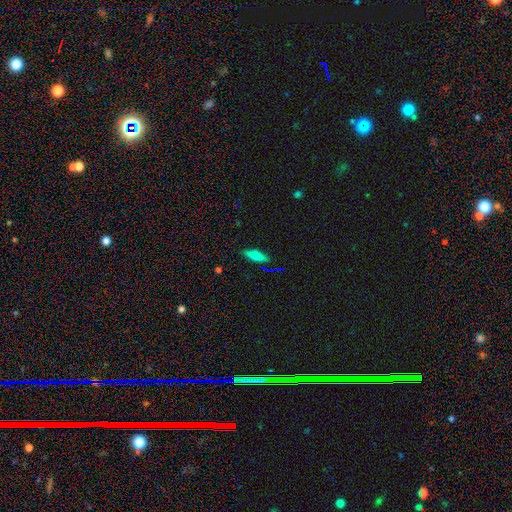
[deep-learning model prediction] smooth_or_featured: smooth (p=0.67) [alt: featured or disk p=0.21]
how_rounded: cigar-shaped (p=0.51) [alt: in between p=0.46]
merging: none (p=0.84) [alt: minor disturbance p=0.12]